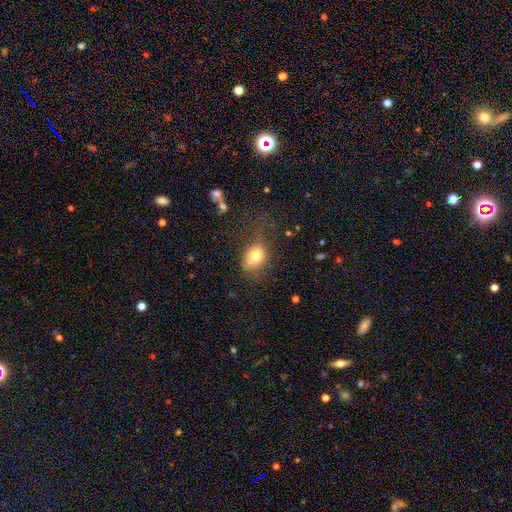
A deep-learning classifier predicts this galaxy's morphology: A smooth galaxy with no disk features (76%) that is in between round and cigar-shaped (57%). Merging: none (46%).